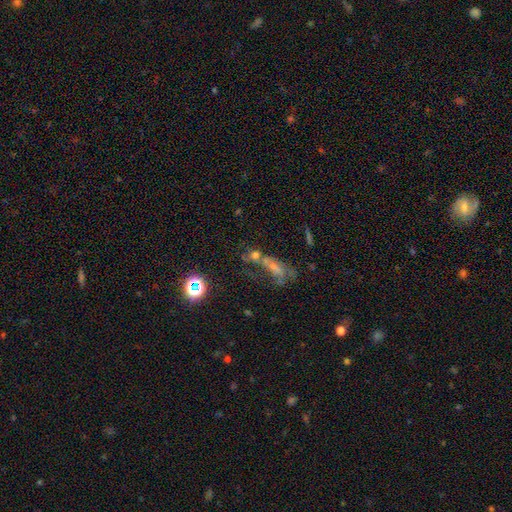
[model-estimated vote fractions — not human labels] Smooth or featured? Predicted: smooth (p=0.39). Merging? Predicted: merger (p=0.33).